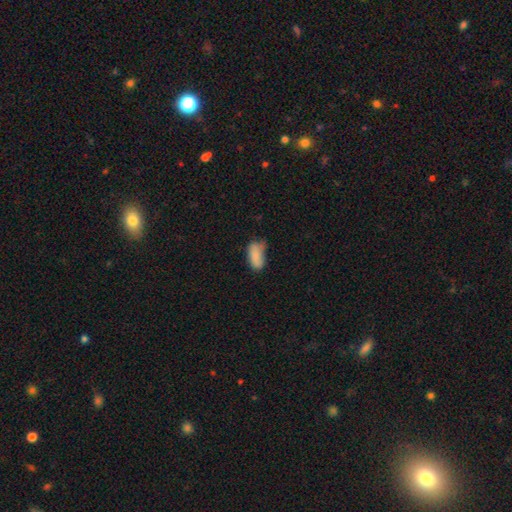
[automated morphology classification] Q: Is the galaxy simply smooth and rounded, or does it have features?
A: smooth — 85%.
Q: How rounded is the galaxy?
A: in between — 91%.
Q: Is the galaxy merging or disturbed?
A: none — 50%.